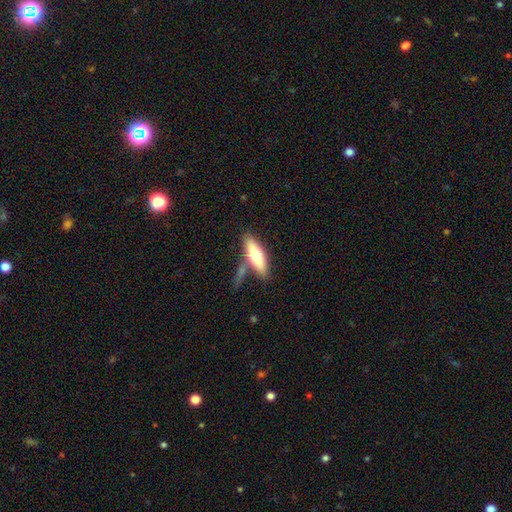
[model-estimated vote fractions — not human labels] The model was most divided on "how rounded": cigar-shaped: 56%, in between: 42%, round: 2%. More confident: smooth or featured — smooth (68%); merging — none (60%).